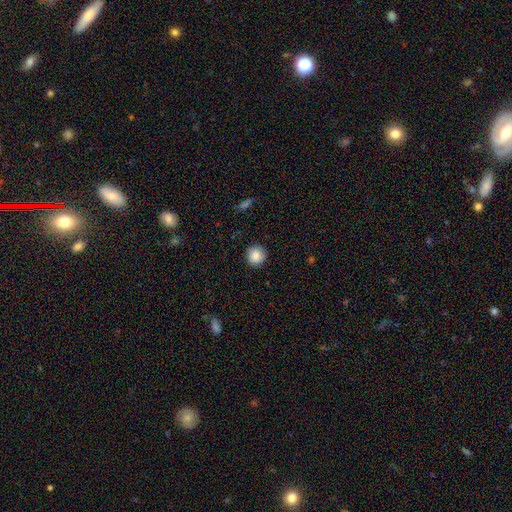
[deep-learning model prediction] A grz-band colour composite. It shows a smooth galaxy with no disk features (86%) that is round (93%). Merging: none (90%).